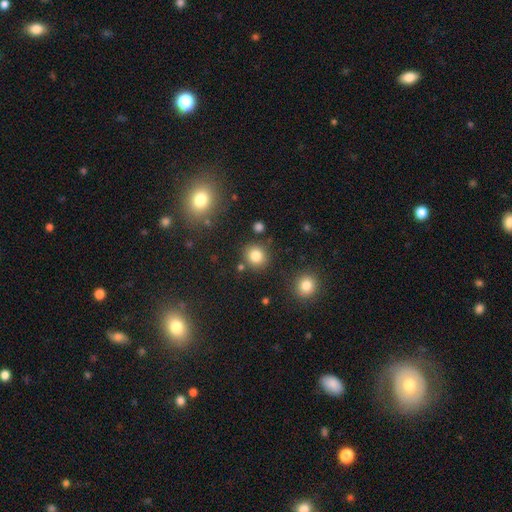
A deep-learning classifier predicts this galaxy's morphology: Overall: smooth (82%). How rounded: round (85%). Merging: none (84%).